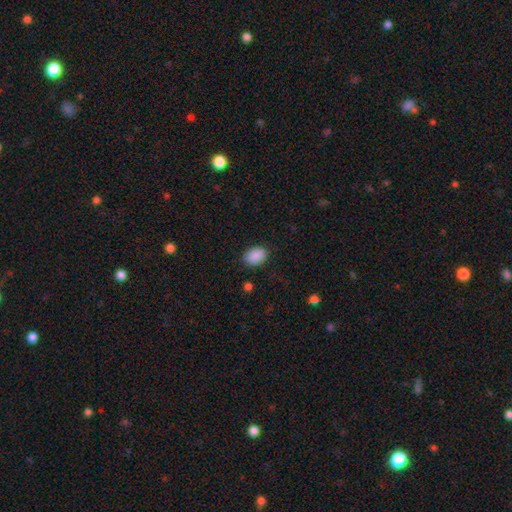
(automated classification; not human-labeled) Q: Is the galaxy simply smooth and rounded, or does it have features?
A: smooth — 90%.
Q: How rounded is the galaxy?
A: in between — 77%.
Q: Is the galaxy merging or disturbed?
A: none — 86%.